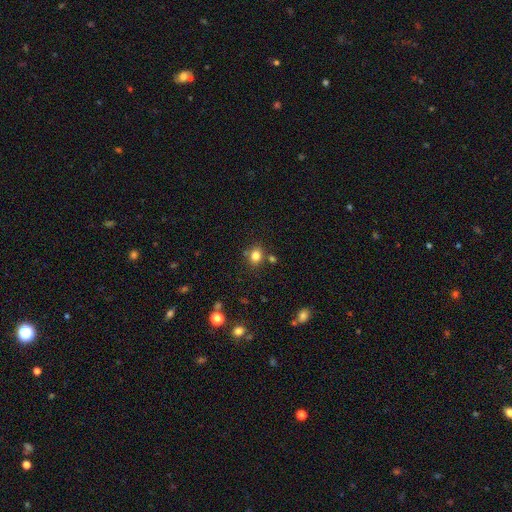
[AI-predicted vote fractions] smooth_or_featured: smooth (p=0.80) [alt: star or artifact p=0.13]
how_rounded: round (p=0.61) [alt: in between p=0.38]
merging: none (p=0.74) [alt: minor disturbance p=0.13]